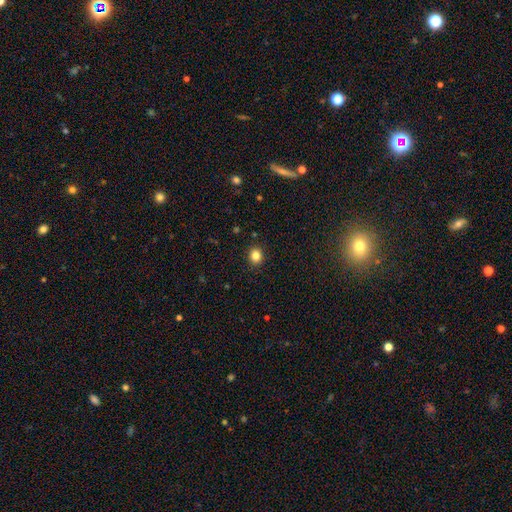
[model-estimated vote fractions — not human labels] Smooth or featured?
  - smooth: 84% *
  - star or artifact: 11%
  - featured or disk: 5%
How rounded?
  - round: 71% *
  - in between: 28%
  - cigar-shaped: 1%
Merging?
  - none: 91% *
  - minor disturbance: 7%
  - major disturbance: 2%
  - merger: 1%